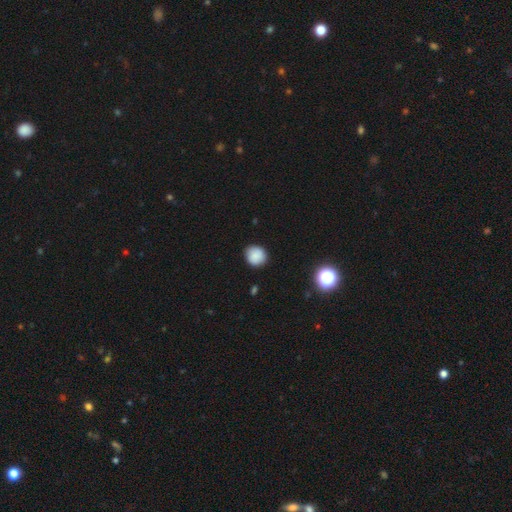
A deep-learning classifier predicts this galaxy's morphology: Smooth or featured: smooth — 85% (star or artifact — 10%)
How rounded: round — 88% (in between — 11%)
Merging: none — 85% (minor disturbance — 11%)